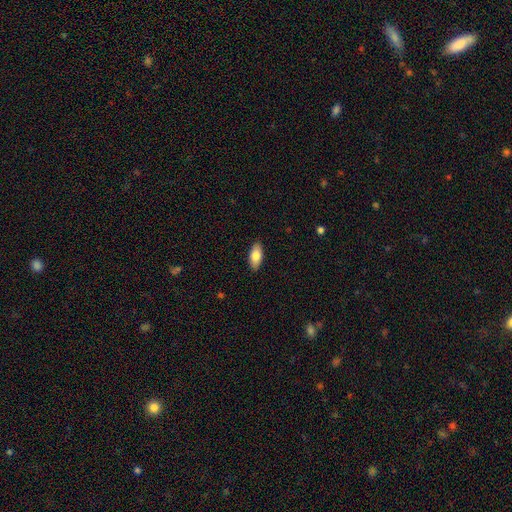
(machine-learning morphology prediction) Smooth or featured? Predicted: smooth (p=0.81). How rounded? Predicted: in between (p=0.89). Merging? Predicted: none (p=0.89).